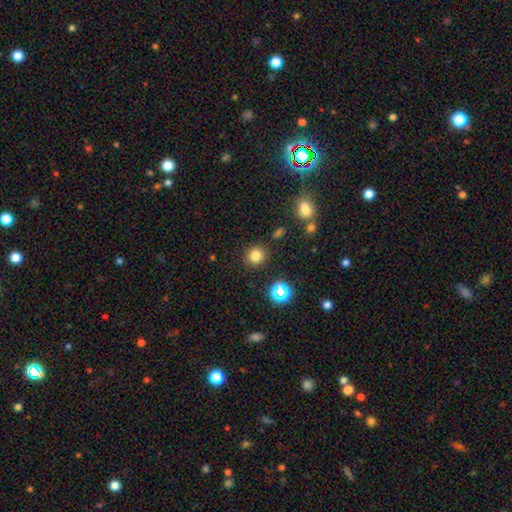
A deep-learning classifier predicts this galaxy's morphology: Smooth or featured?
  - smooth: 77% *
  - star or artifact: 17%
  - featured or disk: 6%
How rounded?
  - round: 89% *
  - in between: 10%
  - cigar-shaped: 1%
Merging?
  - none: 87% *
  - minor disturbance: 8%
  - major disturbance: 3%
  - merger: 3%